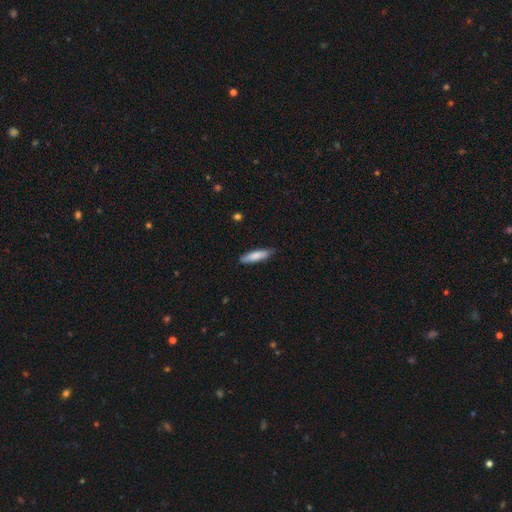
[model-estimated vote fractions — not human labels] Smooth or featured?
  - smooth: 81% *
  - featured or disk: 14%
  - star or artifact: 5%
How rounded?
  - cigar-shaped: 71% *
  - in between: 28%
  - round: 1%
Merging?
  - none: 83% *
  - minor disturbance: 14%
  - major disturbance: 2%
  - merger: 1%